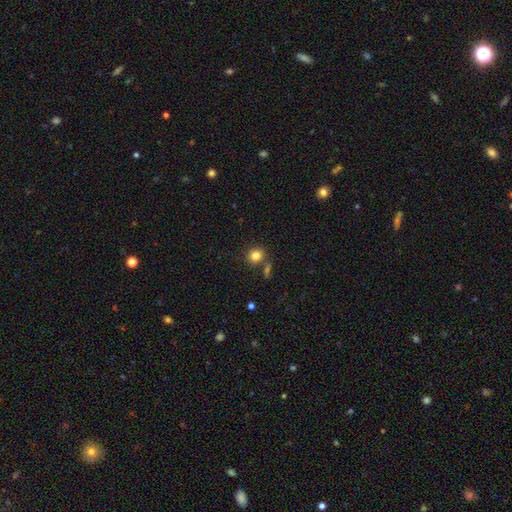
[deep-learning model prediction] Q: Smooth or featured?
A: smooth (83%); runner-up: star or artifact (11%)
Q: How rounded?
A: round (83%); runner-up: in between (16%)
Q: Merging?
A: none (77%); runner-up: merger (11%)